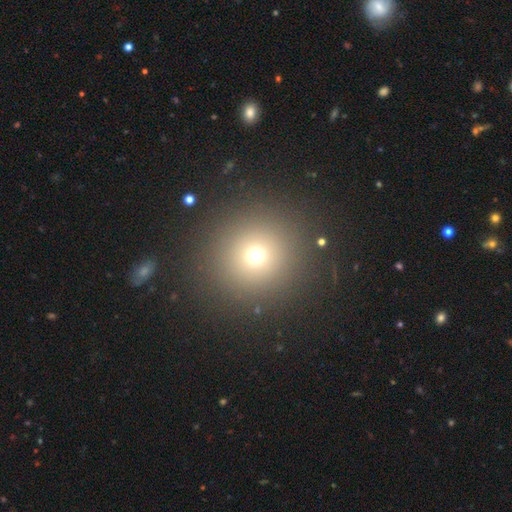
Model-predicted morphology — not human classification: Overall: smooth (68%). How rounded: round (94%). Merging: none (89%).